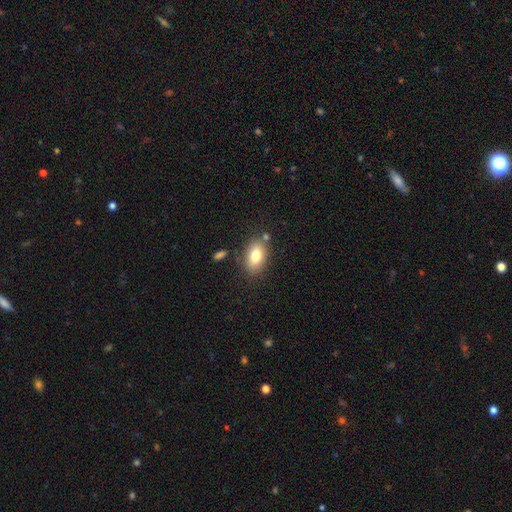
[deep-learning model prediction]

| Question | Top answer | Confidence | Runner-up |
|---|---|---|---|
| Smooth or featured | smooth | 80% | featured or disk (12%) |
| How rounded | in between | 87% | round (12%) |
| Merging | none | 75% | minor disturbance (14%) |